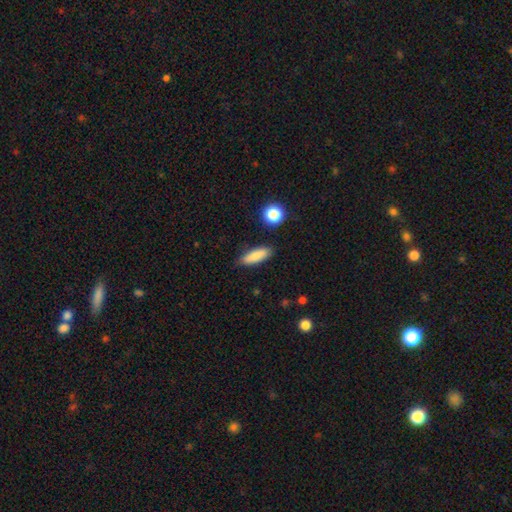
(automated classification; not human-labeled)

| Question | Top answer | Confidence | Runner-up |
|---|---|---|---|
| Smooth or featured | smooth | 83% | featured or disk (9%) |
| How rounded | in between | 56% | cigar-shaped (41%) |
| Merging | none | 85% | minor disturbance (11%) |